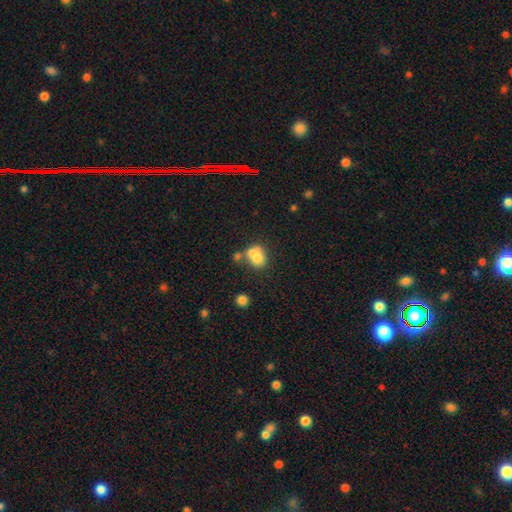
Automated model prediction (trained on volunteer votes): Overall: smooth (71%). How rounded: round (51%; in between 48%). Merging: merger (51%; none 30%).